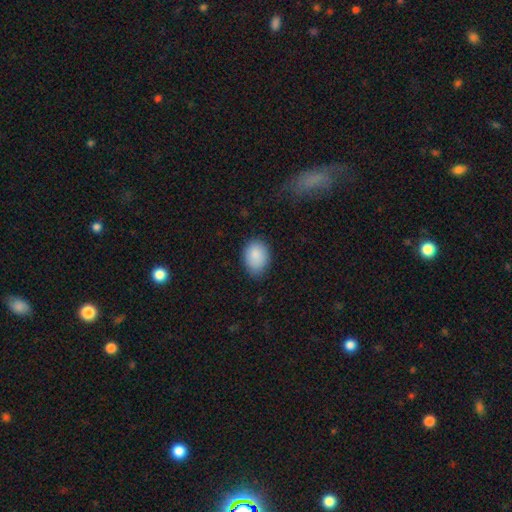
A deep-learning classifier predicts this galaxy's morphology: This is clearly a smooth galaxy (88%). How rounded: likely in between (72%). Merging: likely none (76%).